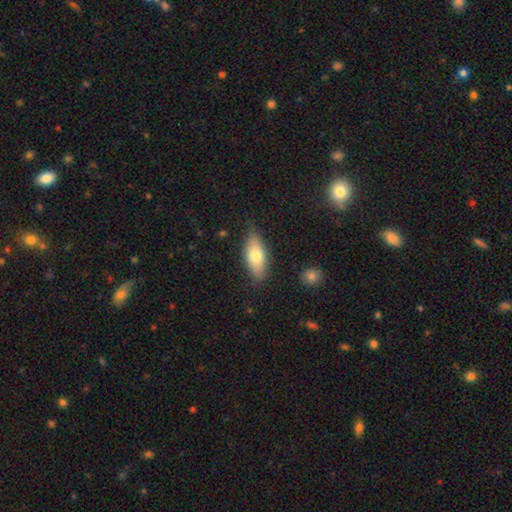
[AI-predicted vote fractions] The model was most divided on "smooth or featured": smooth: 70%, featured or disk: 23%, star or artifact: 7%. More confident: how rounded — in between (81%); merging — none (79%).